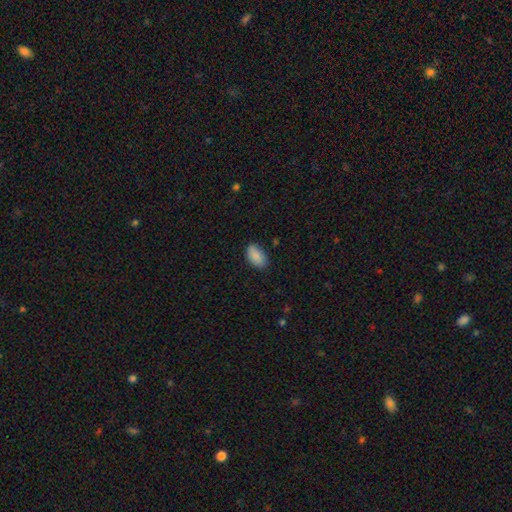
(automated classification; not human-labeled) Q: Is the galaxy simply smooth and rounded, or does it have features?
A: smooth — 88%.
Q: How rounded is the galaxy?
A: in between — 93%.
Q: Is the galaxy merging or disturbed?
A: none — 77%.